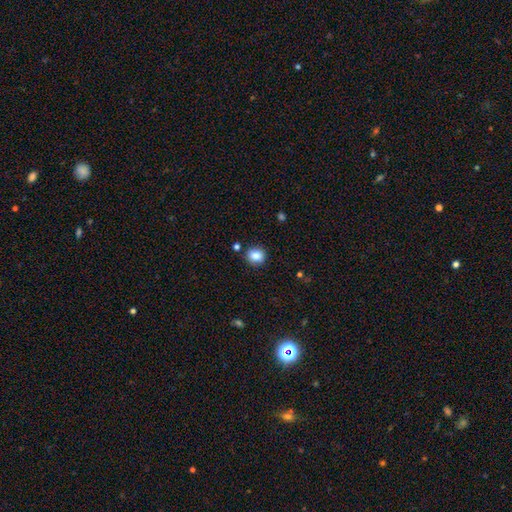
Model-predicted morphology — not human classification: type=smooth (83%); roundness=round (79%); merging=none (85%).